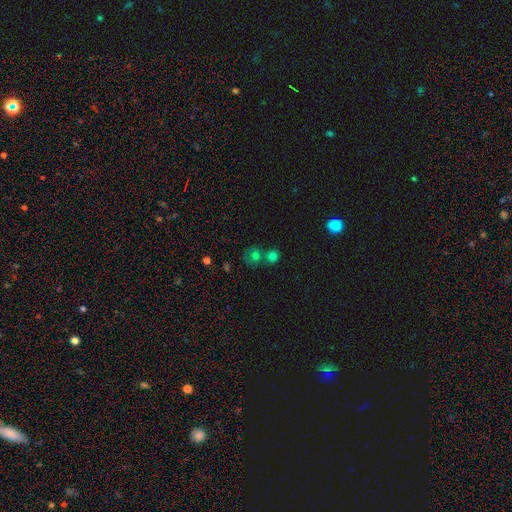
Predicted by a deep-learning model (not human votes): Smooth or featured? Predicted: smooth (p=0.62). How rounded? Predicted: round (p=0.84). Merging? Predicted: none (p=0.52).